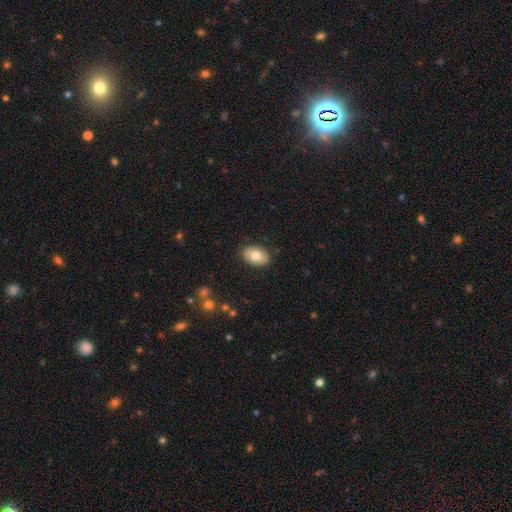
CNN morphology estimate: smooth 75%, featured or disk 19%, star or artifact 7%. Down the decision tree: how rounded — in between (86%); merging — none (87%).